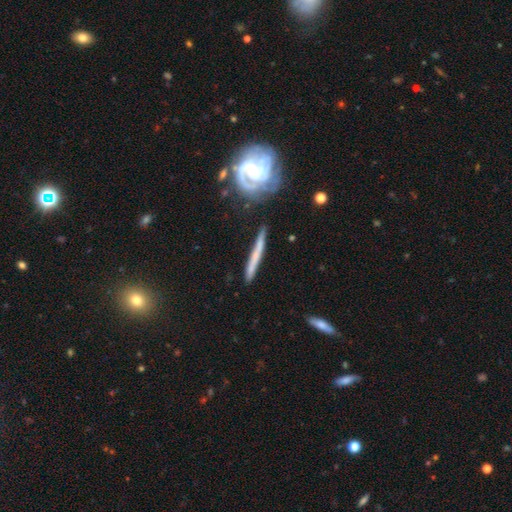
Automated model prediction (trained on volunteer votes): Overall: featured or disk (57%; smooth 36%). Edge-on disk: yes (81%). Merging: none (82%).